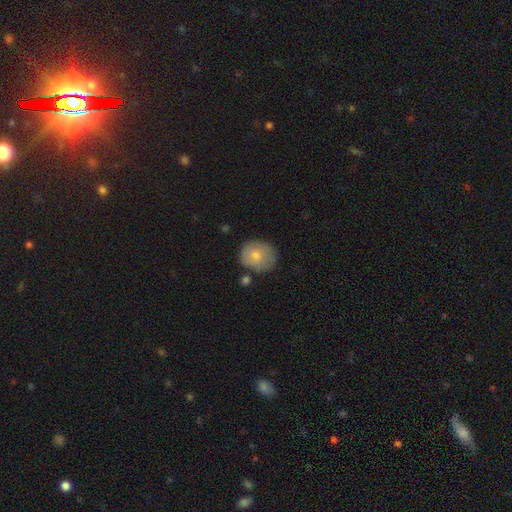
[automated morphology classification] The model was most divided on "how rounded": round: 70%, in between: 29%, cigar-shaped: 1%. More confident: smooth or featured — smooth (76%); merging — none (68%).